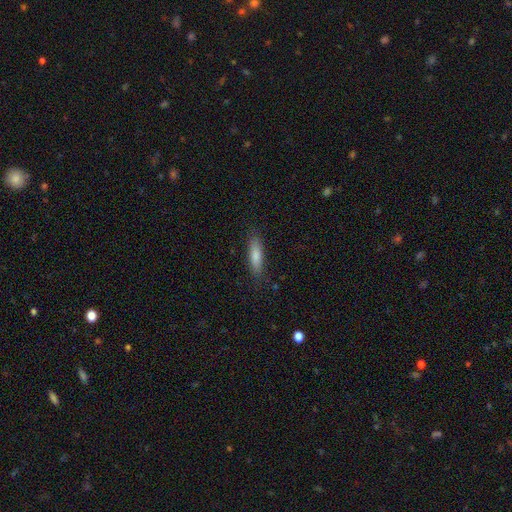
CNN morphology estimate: Q: Smooth or featured?
A: smooth (81%); runner-up: featured or disk (13%)
Q: How rounded?
A: cigar-shaped (62%); runner-up: in between (36%)
Q: Merging?
A: none (85%); runner-up: minor disturbance (11%)